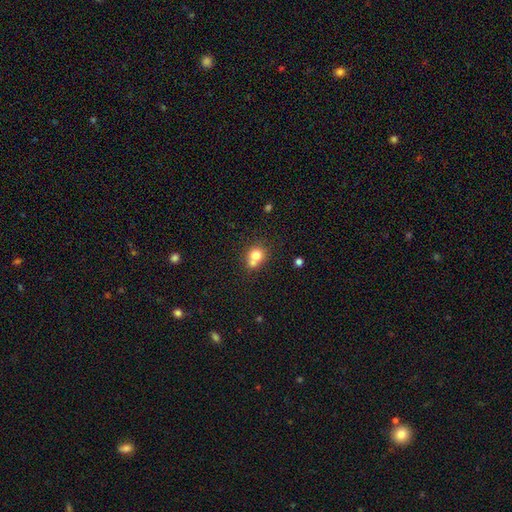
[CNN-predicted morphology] This is likely a smooth galaxy (75%). How rounded: likely round (76%). Merging: possibly merger (46%).